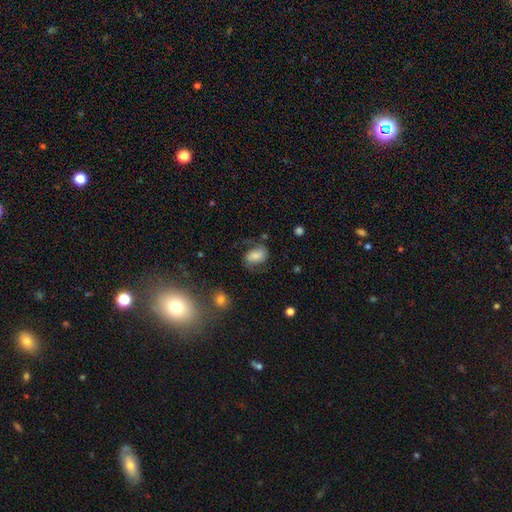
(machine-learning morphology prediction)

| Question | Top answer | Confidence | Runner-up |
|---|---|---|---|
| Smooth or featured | smooth | 51% | featured or disk (39%) |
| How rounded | in between | 74% | round (24%) |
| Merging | none | 57% | minor disturbance (23%) |